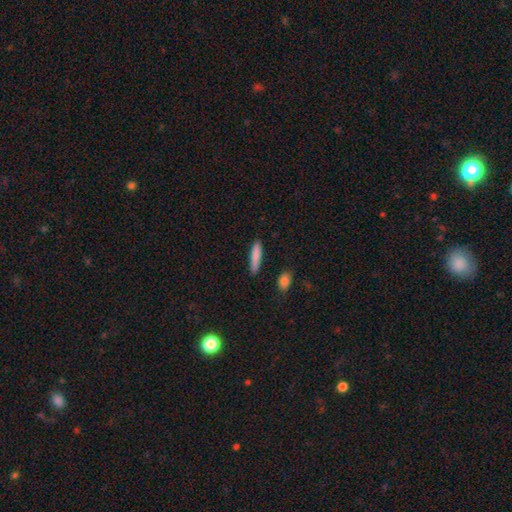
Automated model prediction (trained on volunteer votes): smooth_or_featured: smooth (p=0.84) [alt: featured or disk p=0.10]
how_rounded: cigar-shaped (p=0.84) [alt: in between p=0.14]
merging: none (p=0.87) [alt: minor disturbance p=0.09]